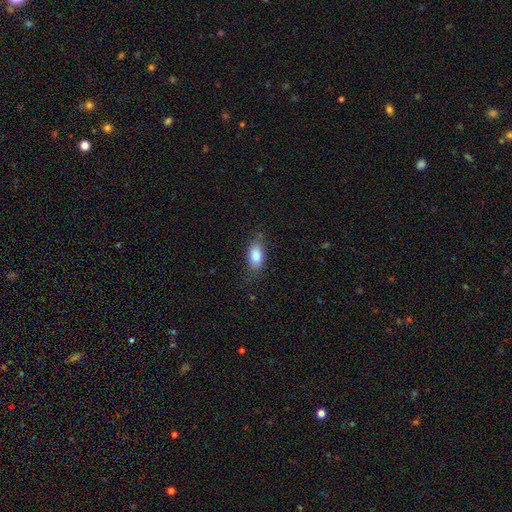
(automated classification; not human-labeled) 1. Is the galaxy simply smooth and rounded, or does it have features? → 84% smooth, 9% featured or disk, 7% star or artifact.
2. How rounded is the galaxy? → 89% in between, 6% cigar-shaped, 5% round.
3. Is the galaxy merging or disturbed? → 74% none, 20% minor disturbance, 5% major disturbance, 1% merger.